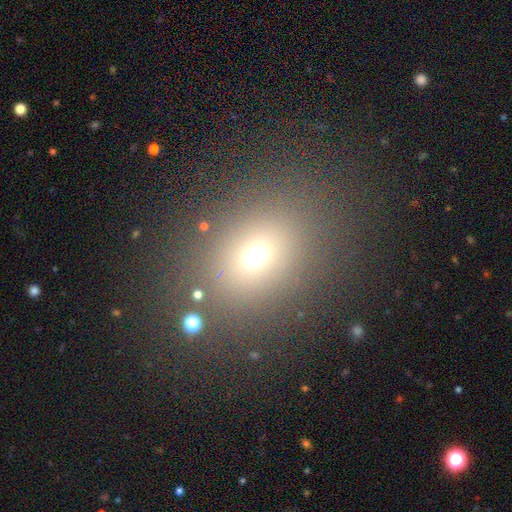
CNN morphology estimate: Smooth or featured?
  - smooth: 66% *
  - star or artifact: 23%
  - featured or disk: 11%
How rounded?
  - round: 52% *
  - in between: 47%
  - cigar-shaped: 1%
Merging?
  - none: 82% *
  - minor disturbance: 9%
  - major disturbance: 6%
  - merger: 4%